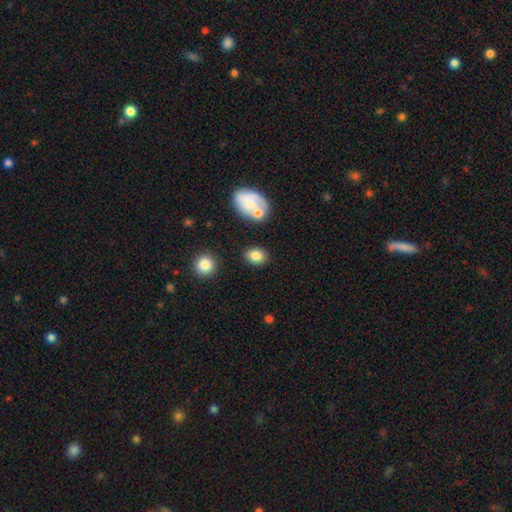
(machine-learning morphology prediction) Q: Smooth or featured?
A: smooth (82%); runner-up: star or artifact (9%)
Q: How rounded?
A: in between (57%); runner-up: round (41%)
Q: Merging?
A: none (81%); runner-up: minor disturbance (10%)